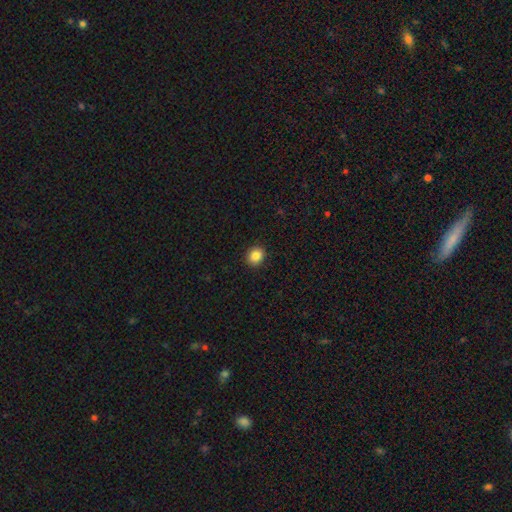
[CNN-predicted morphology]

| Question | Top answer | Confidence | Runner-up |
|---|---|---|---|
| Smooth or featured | smooth | 86% | star or artifact (10%) |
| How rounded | round | 75% | in between (24%) |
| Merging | none | 91% | minor disturbance (6%) |